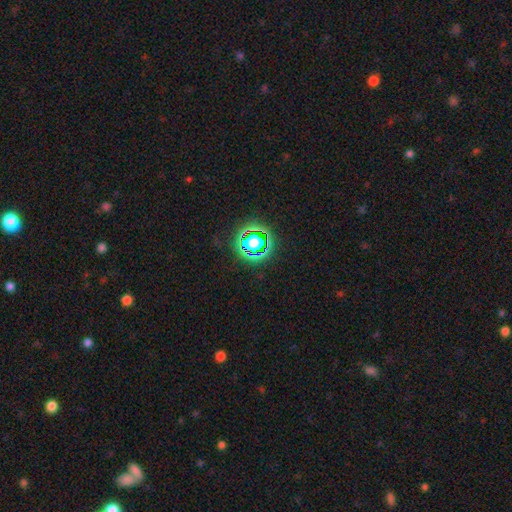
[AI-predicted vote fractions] A star or artifact, not a galaxy (80%).